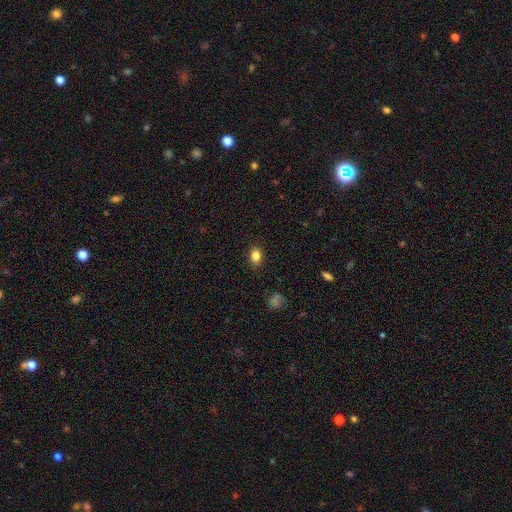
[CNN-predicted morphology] This appears to be a smooth galaxy with no disk features (84%) that is in between round and cigar-shaped (64%). Merging: none (88%).